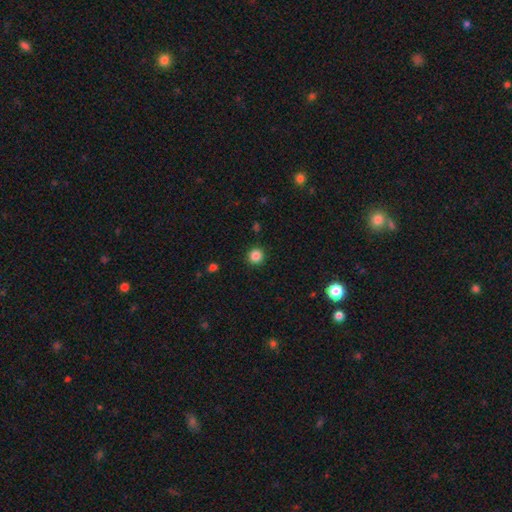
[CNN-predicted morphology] smooth 85%, star or artifact 11%, featured or disk 4%. Down the decision tree: how rounded — round (95%); merging — none (92%).